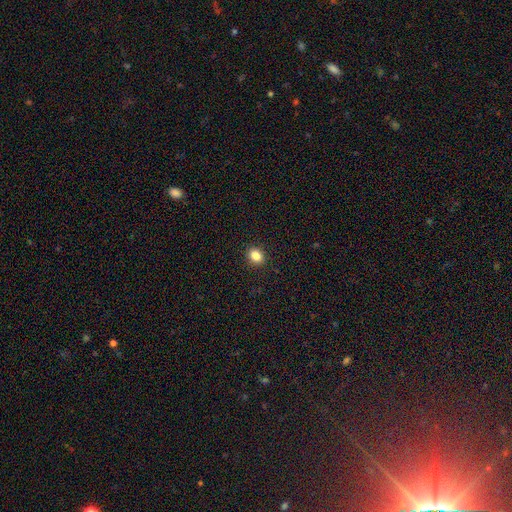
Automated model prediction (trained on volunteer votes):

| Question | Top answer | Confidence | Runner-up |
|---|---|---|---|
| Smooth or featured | smooth | 85% | star or artifact (11%) |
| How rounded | in between | 50% | round (49%) |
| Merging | none | 91% | minor disturbance (6%) |